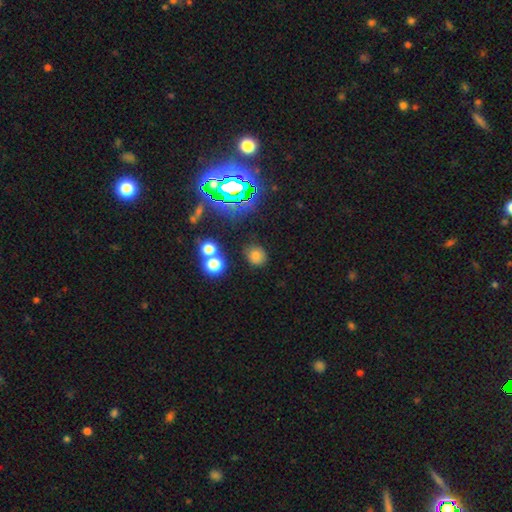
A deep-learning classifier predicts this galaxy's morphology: smooth-or-featured: smooth: 68% | star or artifact: 24% | featured or disk: 8%
  how-rounded: round: 74% | in between: 24% | cigar-shaped: 1%
  merging: none: 81% | minor disturbance: 10% | merger: 5% | major disturbance: 4%